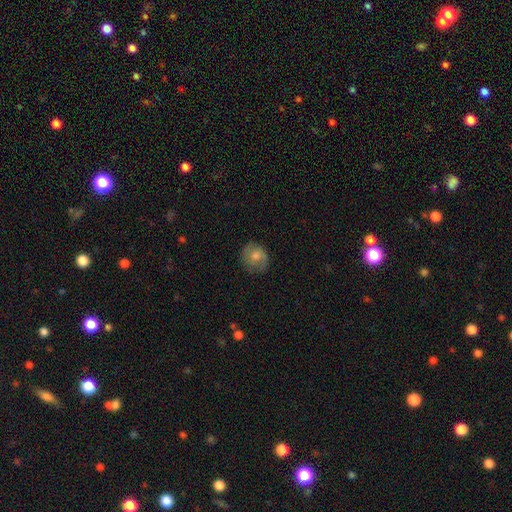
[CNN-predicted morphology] smooth-or-featured: smooth: 53% | featured or disk: 37% | star or artifact: 10%
  how-rounded: round: 81% | in between: 18% | cigar-shaped: 1%
  merging: none: 80% | minor disturbance: 14% | major disturbance: 4% | merger: 1%